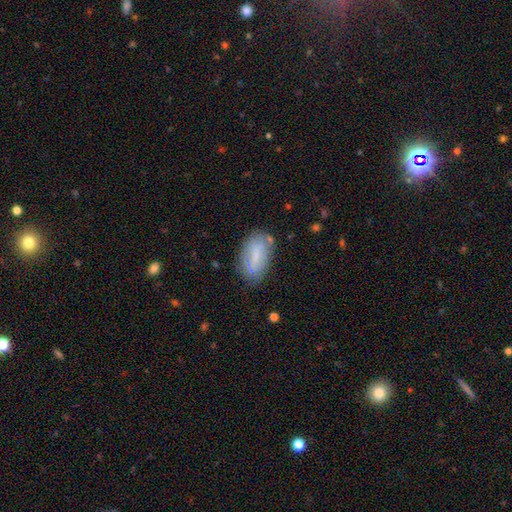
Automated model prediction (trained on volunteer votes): This is possibly a smooth galaxy (53%). How rounded: clearly in between (90%). Merging: likely none (67%).